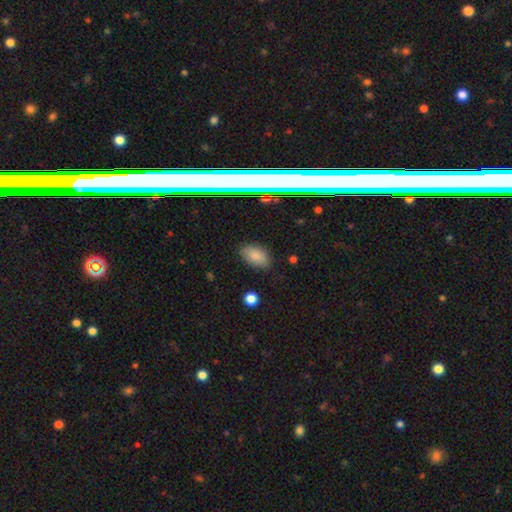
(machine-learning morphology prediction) Q: Smooth or featured?
A: smooth (79%); runner-up: star or artifact (13%)
Q: How rounded?
A: in between (90%); runner-up: round (8%)
Q: Merging?
A: none (83%); runner-up: minor disturbance (12%)